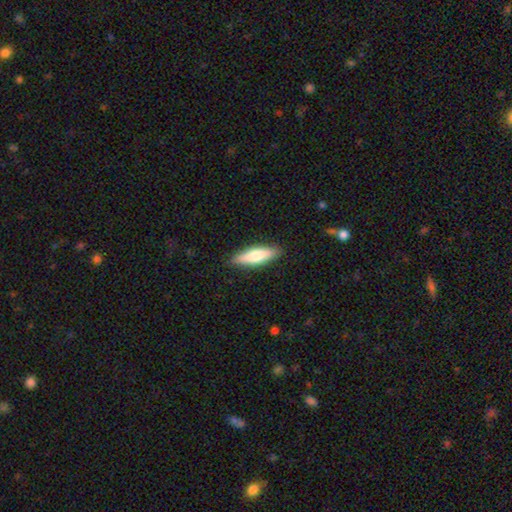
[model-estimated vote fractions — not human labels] Morphology: type=smooth (68%); roundness=cigar-shaped (57%); merging=none (88%).